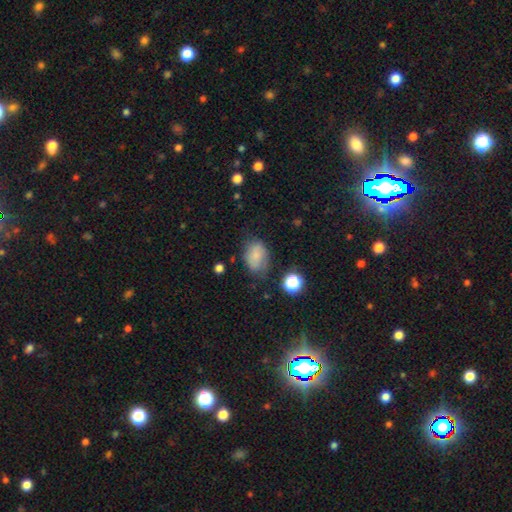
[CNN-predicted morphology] Smooth or featured?
  - smooth: 73% *
  - featured or disk: 16%
  - star or artifact: 11%
How rounded?
  - in between: 82% *
  - round: 17%
  - cigar-shaped: 1%
Merging?
  - none: 58% *
  - minor disturbance: 29%
  - major disturbance: 11%
  - merger: 3%